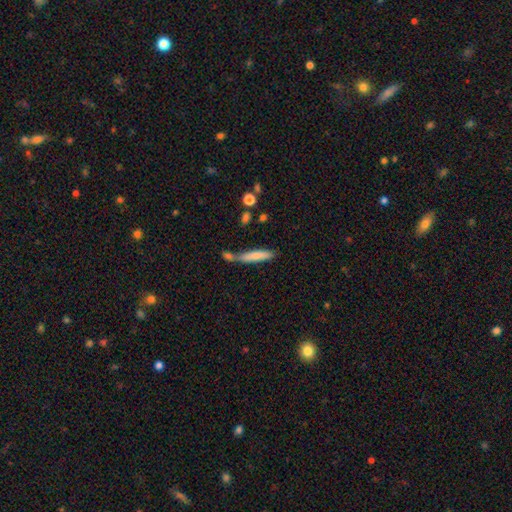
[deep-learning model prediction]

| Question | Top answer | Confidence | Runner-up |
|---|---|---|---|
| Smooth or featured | smooth | 71% | featured or disk (22%) |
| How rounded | cigar-shaped | 86% | in between (12%) |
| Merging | none | 48% | merger (31%) |